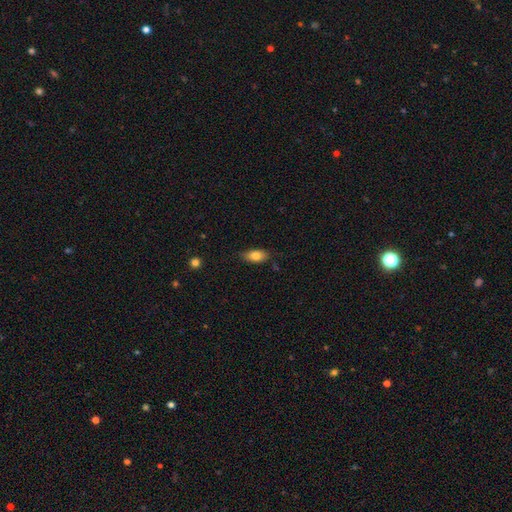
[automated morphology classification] Overall: smooth (79%). How rounded: in between (87%). Merging: none (76%).